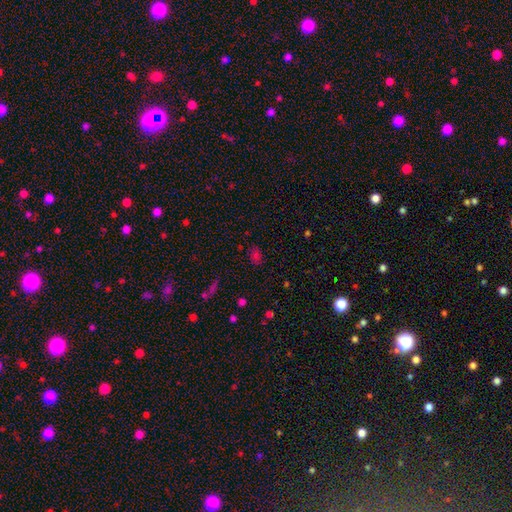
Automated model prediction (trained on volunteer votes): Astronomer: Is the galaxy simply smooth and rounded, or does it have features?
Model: smooth — 68%.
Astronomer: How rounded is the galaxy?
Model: in between — 81%.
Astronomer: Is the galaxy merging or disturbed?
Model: none — 78%.